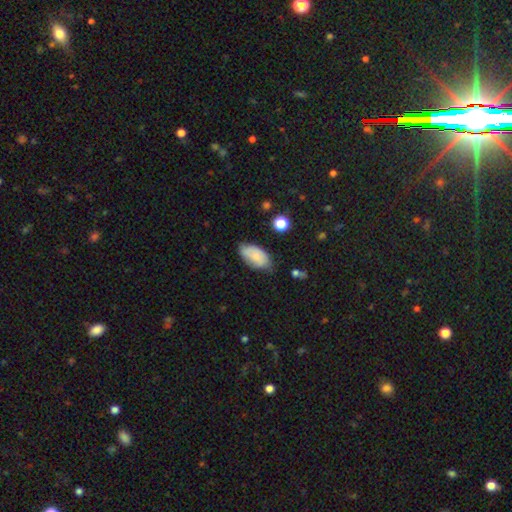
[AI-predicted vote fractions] Smooth or featured? smooth (74%)
How rounded? in between (94%)
Merging? none (57%)